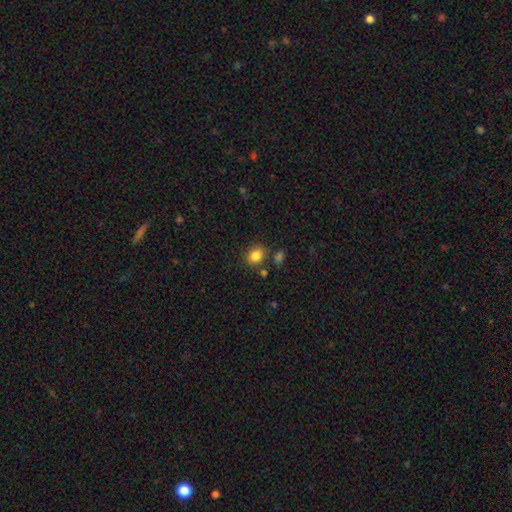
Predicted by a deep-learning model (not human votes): smooth-or-featured: smooth: 85% | star or artifact: 10% | featured or disk: 5%
  how-rounded: round: 53% | in between: 46% | cigar-shaped: 1%
  merging: none: 79% | minor disturbance: 11% | merger: 7% | major disturbance: 3%